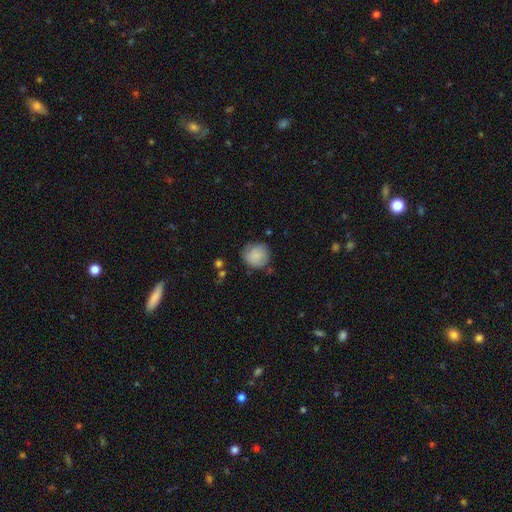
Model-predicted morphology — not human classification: This is clearly a smooth galaxy (81%). How rounded: clearly round (88%). Merging: likely none (70%).